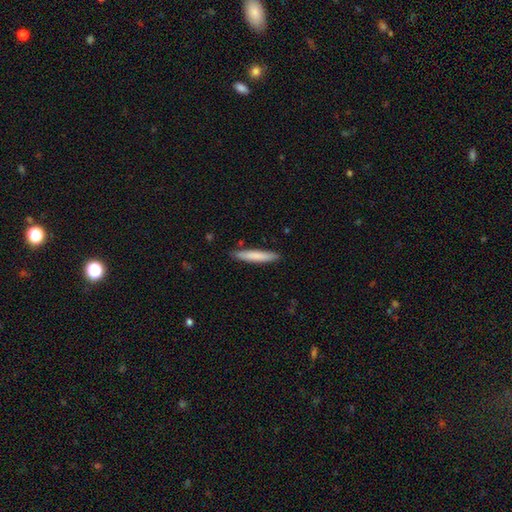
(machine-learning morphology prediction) Q: Smooth or featured?
A: smooth (78%); runner-up: featured or disk (17%)
Q: How rounded?
A: cigar-shaped (91%); runner-up: in between (7%)
Q: Merging?
A: none (87%); runner-up: minor disturbance (9%)